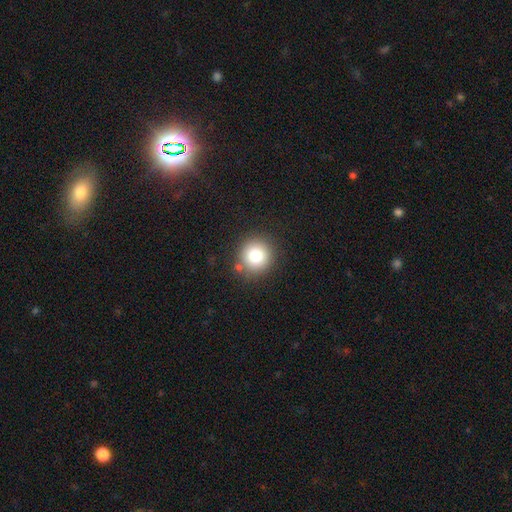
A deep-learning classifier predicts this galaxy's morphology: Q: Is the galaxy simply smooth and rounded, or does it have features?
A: smooth — 80%.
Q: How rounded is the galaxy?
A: round — 92%.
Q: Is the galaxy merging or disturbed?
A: none — 85%.